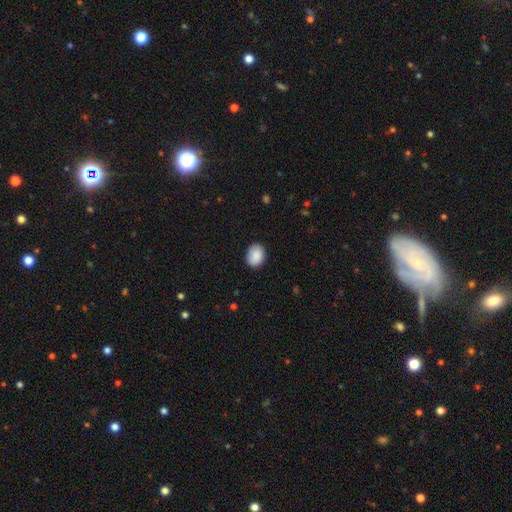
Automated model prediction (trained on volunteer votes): smooth-or-featured: smooth: 89% | star or artifact: 7% | featured or disk: 4%
  how-rounded: in between: 55% | round: 44% | cigar-shaped: 1%
  merging: none: 87% | minor disturbance: 10% | major disturbance: 2% | merger: 1%